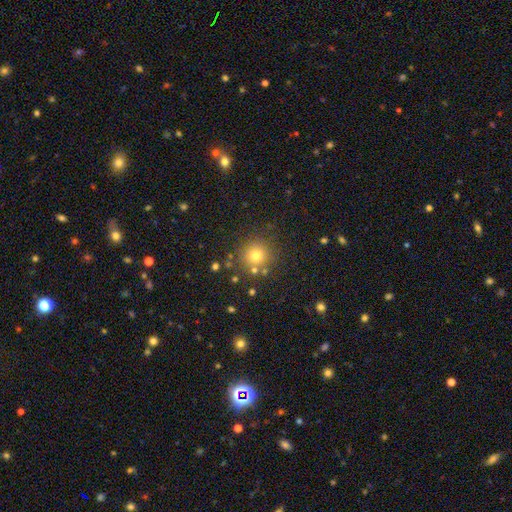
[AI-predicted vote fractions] Smooth or featured? Predicted: smooth (p=0.75). How rounded? Predicted: round (p=0.94). Merging? Predicted: none (p=0.83).